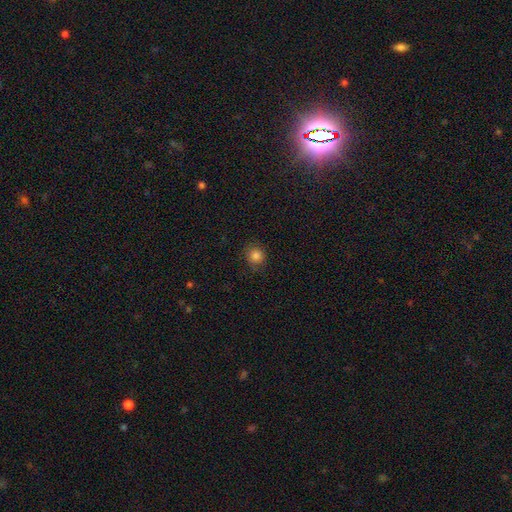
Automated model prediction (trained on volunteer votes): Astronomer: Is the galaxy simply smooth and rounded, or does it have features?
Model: smooth — 83%.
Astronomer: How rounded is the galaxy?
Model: round — 87%.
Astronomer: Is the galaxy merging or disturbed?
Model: none — 84%.